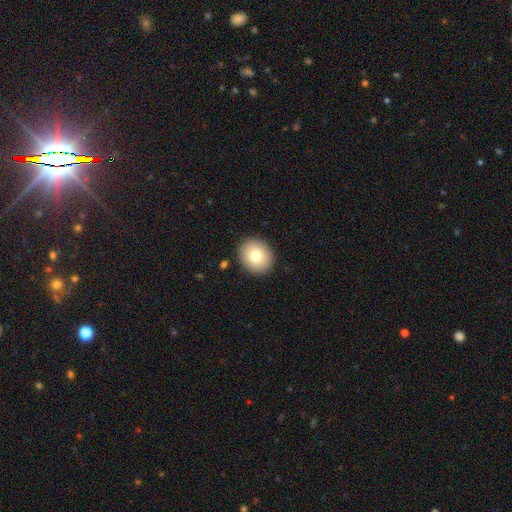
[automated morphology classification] Smooth or featured?
  - smooth: 77% *
  - featured or disk: 13%
  - star or artifact: 9%
How rounded?
  - round: 75% *
  - in between: 24%
  - cigar-shaped: 1%
Merging?
  - none: 90% *
  - minor disturbance: 6%
  - major disturbance: 2%
  - merger: 1%